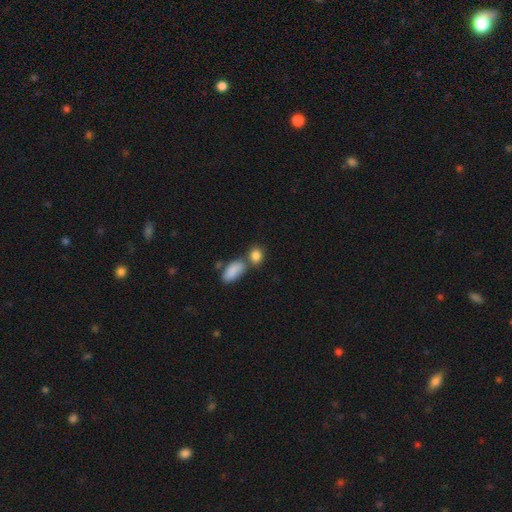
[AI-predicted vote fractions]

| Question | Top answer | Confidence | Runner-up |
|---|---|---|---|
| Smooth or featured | smooth | 86% | star or artifact (8%) |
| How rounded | in between | 67% | round (29%) |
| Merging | none | 47% | merger (37%) |